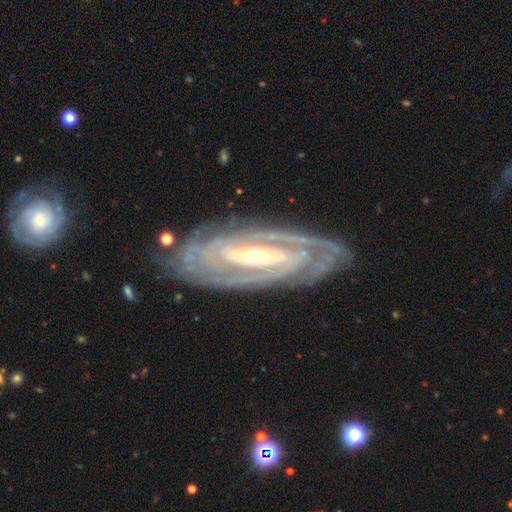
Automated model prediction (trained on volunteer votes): Smooth or featured?
  - featured or disk: 90% *
  - smooth: 5%
  - star or artifact: 5%
Edge-on disk?
  - no: 90% *
  - yes: 10%
Bar?
  - strong: 50% *
  - weak: 29%
  - no: 21%
Spiral arms?
  - yes: 96% *
  - no: 4%
Spiral winding?
  - tight: 75% *
  - medium: 21%
  - loose: 4%
Spiral arm count?
  - 2: 36% *
  - can't tell: 24%
  - 3: 17%
  - 4: 11%
  - more than 4: 7%
  - 1: 5%
Bulge size?
  - small: 62% *
  - moderate: 35%
  - large: 2%
  - none: 1%
  - dominant: 1%
Merging?
  - none: 82% *
  - minor disturbance: 13%
  - major disturbance: 4%
  - merger: 2%